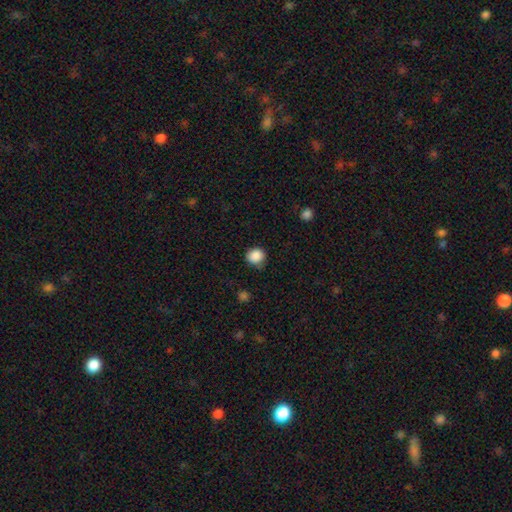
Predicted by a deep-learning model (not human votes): A smooth galaxy with no disk features (87%) that is round (84%). Merging: none (77%).